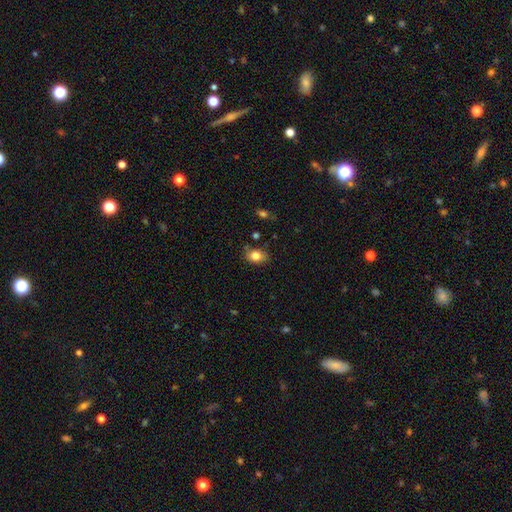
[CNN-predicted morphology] smooth_or_featured: smooth (p=0.82) [alt: star or artifact p=0.09]
how_rounded: in between (p=0.70) [alt: round p=0.29]
merging: none (p=0.77) [alt: minor disturbance p=0.16]